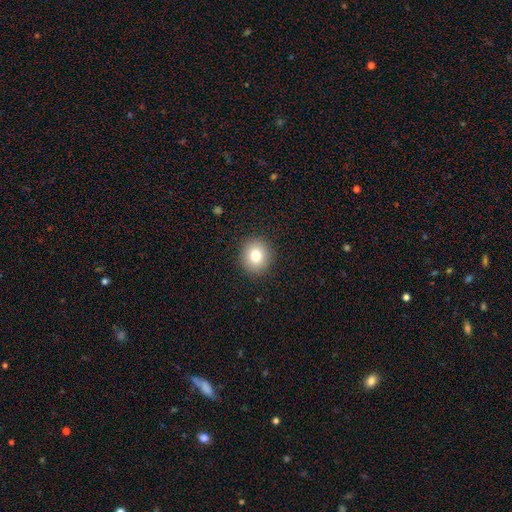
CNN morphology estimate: smooth_or_featured: smooth (p=0.80) [alt: star or artifact p=0.11]
how_rounded: round (p=0.86) [alt: in between p=0.13]
merging: none (p=0.91) [alt: minor disturbance p=0.06]